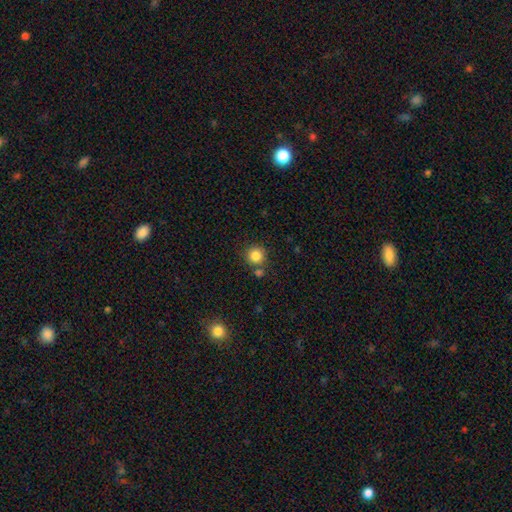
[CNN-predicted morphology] smooth 84%, star or artifact 11%, featured or disk 5%. Down the decision tree: how rounded — round (94%); merging — none (75%).